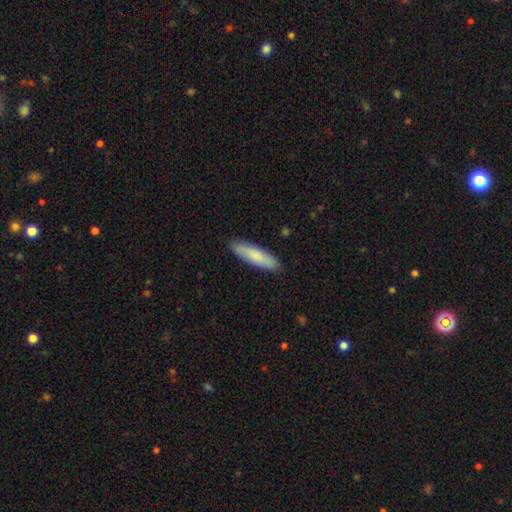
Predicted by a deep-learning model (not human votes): The model was most divided on "how rounded": cigar-shaped: 74%, in between: 25%, round: 1%. More confident: merging — none (90%); smooth or featured — smooth (83%).